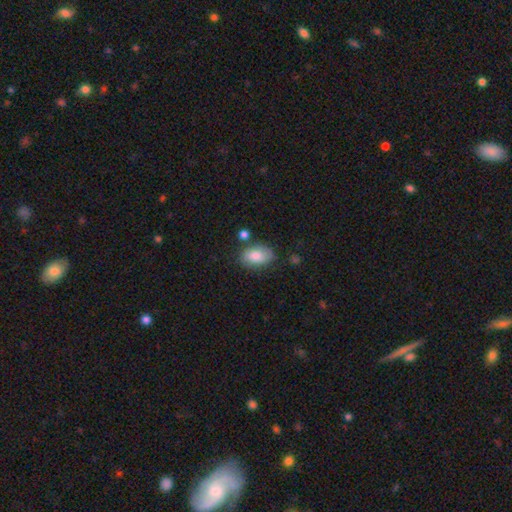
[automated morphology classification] smooth-or-featured: smooth: 80% | featured or disk: 13% | star or artifact: 7%
  how-rounded: in between: 89% | round: 9% | cigar-shaped: 2%
  merging: none: 70% | minor disturbance: 19% | merger: 6% | major disturbance: 5%